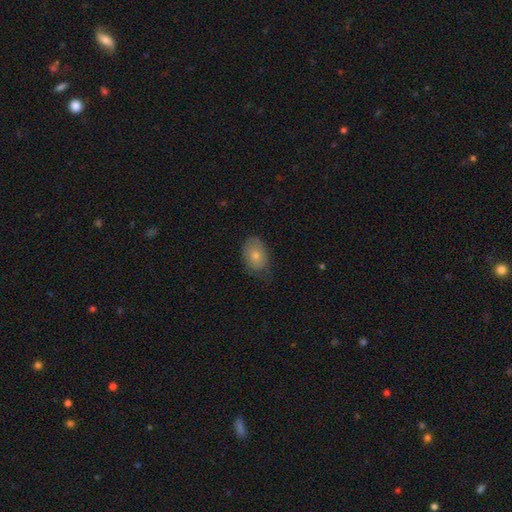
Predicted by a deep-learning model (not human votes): Overall: smooth (70%). How rounded: in between (81%). Merging: none (57%; minor disturbance 32%).